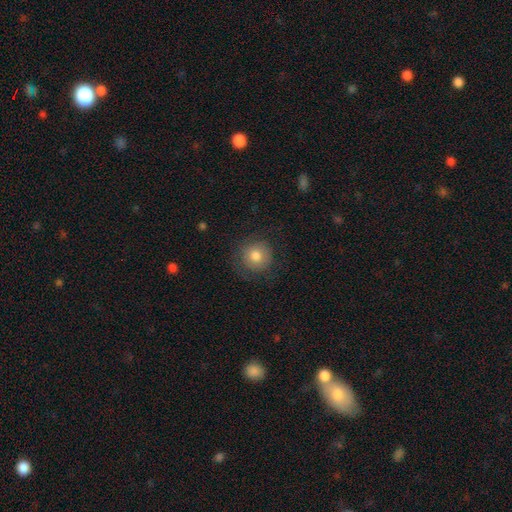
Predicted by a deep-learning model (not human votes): Smooth or featured? smooth (78%)
How rounded? round (93%)
Merging? none (80%)